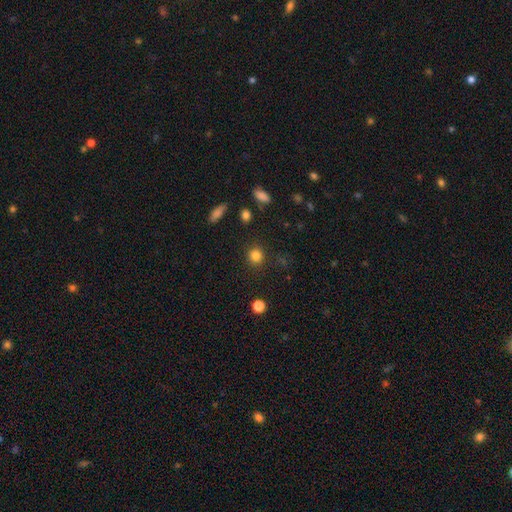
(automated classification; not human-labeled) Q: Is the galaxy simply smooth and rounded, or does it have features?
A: smooth — 83%.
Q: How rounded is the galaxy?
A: round — 89%.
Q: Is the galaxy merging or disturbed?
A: none — 89%.